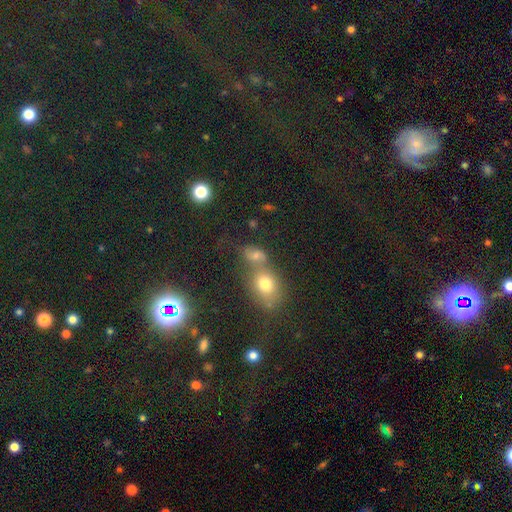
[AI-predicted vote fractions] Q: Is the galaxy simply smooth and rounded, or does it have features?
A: smooth — 61%.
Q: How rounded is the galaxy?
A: in between — 56%.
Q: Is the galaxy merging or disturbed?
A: merger — 42%, tied with none.